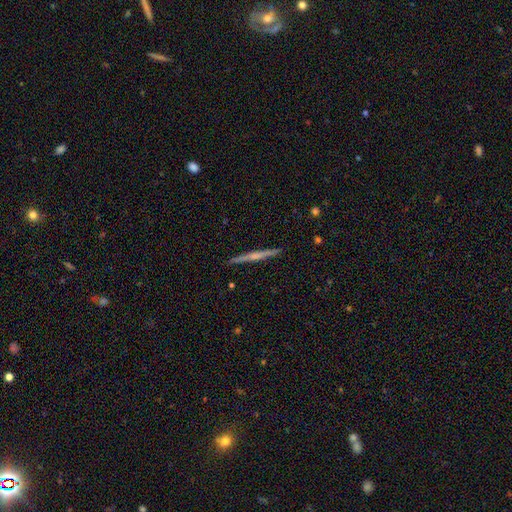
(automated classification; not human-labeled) Q: Smooth or featured?
A: featured or disk (68%); runner-up: smooth (27%)
Q: Edge-on disk?
A: yes (98%); runner-up: no (2%)
Q: Edge-on bulge?
A: rounded (58%); runner-up: none (34%)
Q: Merging?
A: none (92%); runner-up: minor disturbance (6%)